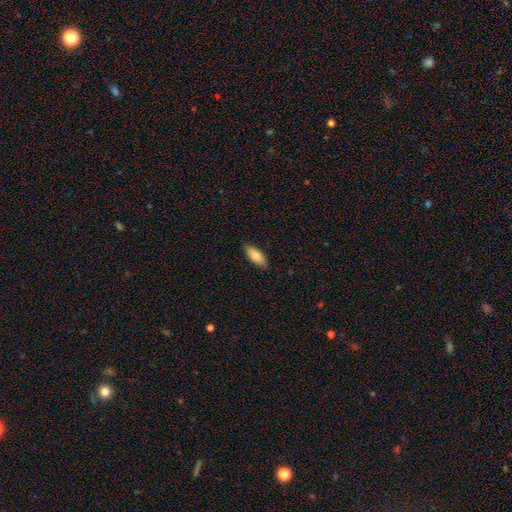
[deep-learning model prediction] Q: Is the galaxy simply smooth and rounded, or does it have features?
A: smooth — 84%.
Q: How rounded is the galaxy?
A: in between — 80%.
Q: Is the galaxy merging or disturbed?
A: none — 88%.